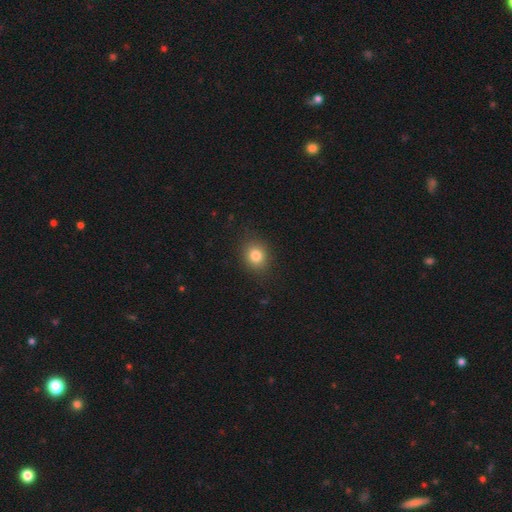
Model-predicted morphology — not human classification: smooth_or_featured: smooth (p=0.82) [alt: star or artifact p=0.11]
how_rounded: round (p=0.68) [alt: in between p=0.31]
merging: none (p=0.87) [alt: minor disturbance p=0.09]